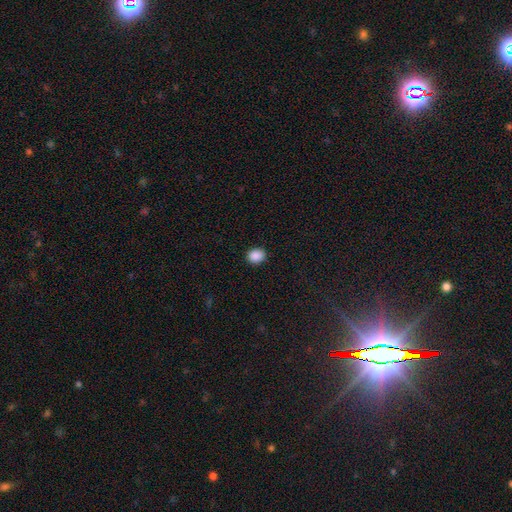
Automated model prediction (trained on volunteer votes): Q: Smooth or featured?
A: smooth (89%); runner-up: star or artifact (9%)
Q: How rounded?
A: round (58%); runner-up: in between (41%)
Q: Merging?
A: none (90%); runner-up: minor disturbance (7%)